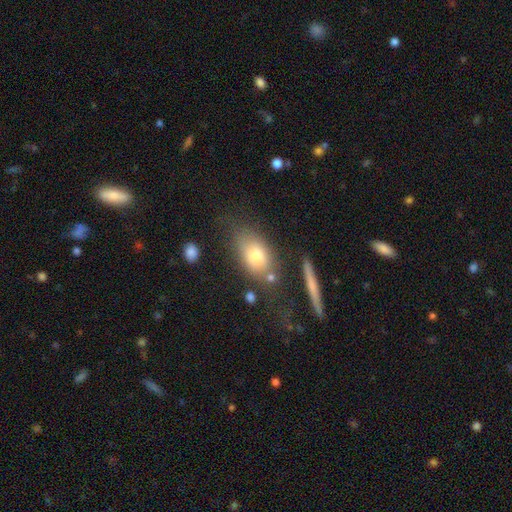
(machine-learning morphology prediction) smooth-or-featured: smooth: 74% | featured or disk: 17% | star or artifact: 9%
  how-rounded: in between: 82% | round: 14% | cigar-shaped: 5%
  merging: none: 62% | minor disturbance: 19% | merger: 10% | major disturbance: 8%